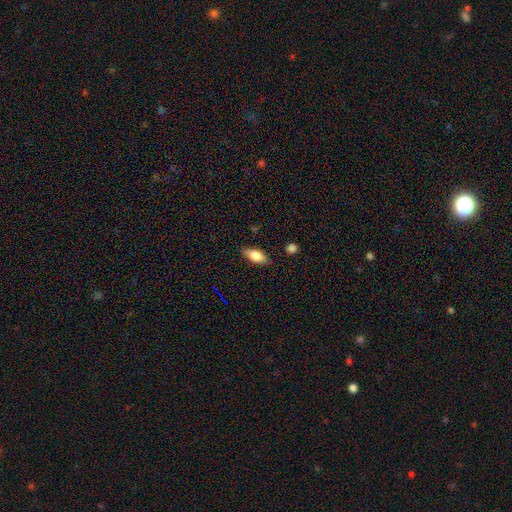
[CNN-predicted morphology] This appears to be a smooth galaxy with no disk features (79%) that is in between round and cigar-shaped (83%). Merging: none (82%).